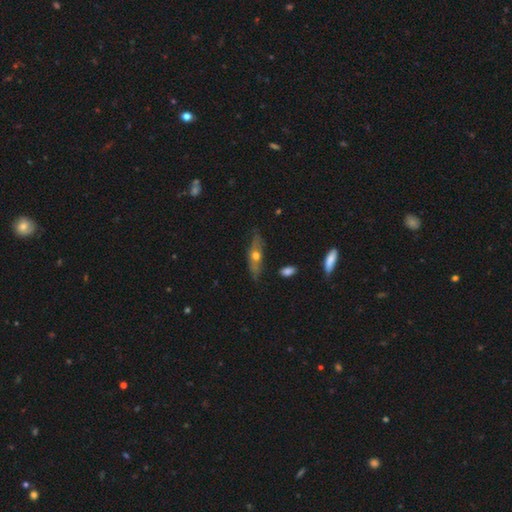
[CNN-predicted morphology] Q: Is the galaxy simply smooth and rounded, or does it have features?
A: featured or disk — 54%.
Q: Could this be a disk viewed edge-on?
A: yes — 66%.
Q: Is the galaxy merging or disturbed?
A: none — 73%.